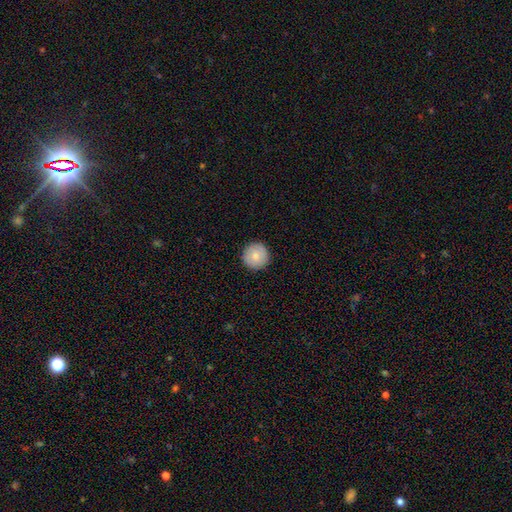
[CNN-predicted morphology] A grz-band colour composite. It shows a smooth galaxy with no disk features (79%) that is round (96%). Merging: none (92%).